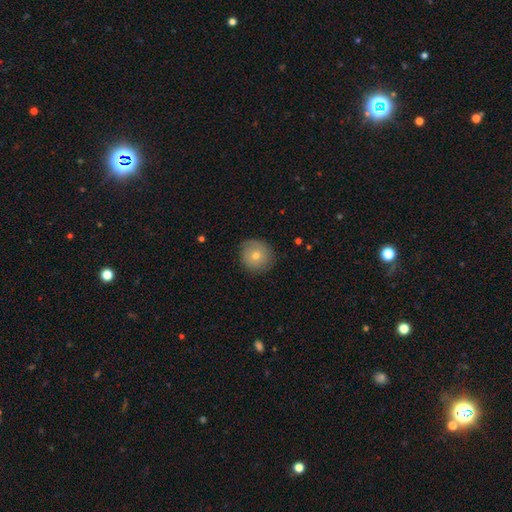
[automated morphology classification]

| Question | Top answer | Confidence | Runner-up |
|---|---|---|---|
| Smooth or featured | smooth | 68% | featured or disk (24%) |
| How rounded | round | 90% | in between (9%) |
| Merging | none | 81% | minor disturbance (15%) |